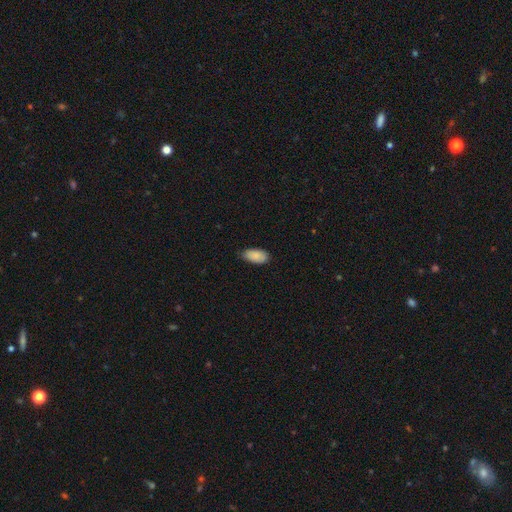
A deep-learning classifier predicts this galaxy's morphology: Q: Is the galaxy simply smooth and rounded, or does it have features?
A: smooth — 89%.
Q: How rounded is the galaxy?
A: in between — 94%.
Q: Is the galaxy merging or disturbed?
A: none — 77%.